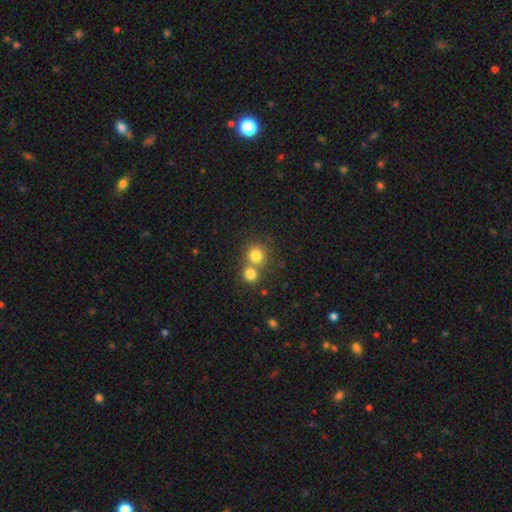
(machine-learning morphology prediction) The model was most divided on "merging": none: 50%, merger: 41%, minor disturbance: 6%, major disturbance: 3%. More confident: how rounded — round (86%); smooth or featured — smooth (80%).